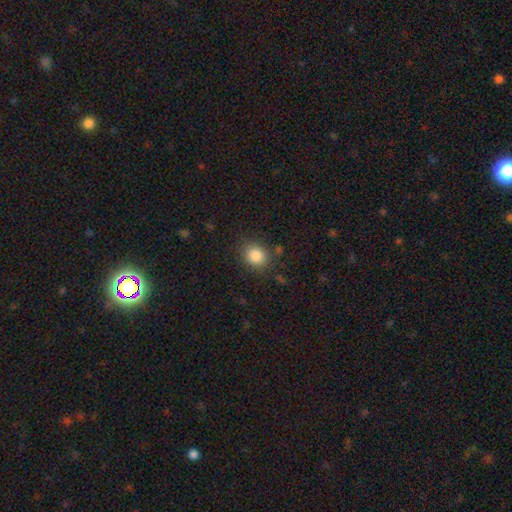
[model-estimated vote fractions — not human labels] This is clearly a smooth galaxy (85%). How rounded: likely round (64%). Merging: clearly none (81%).